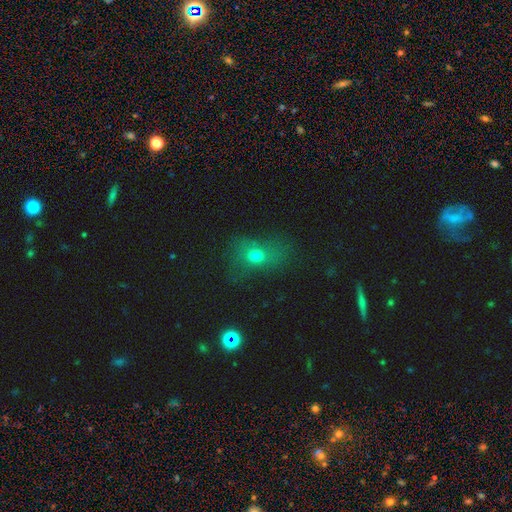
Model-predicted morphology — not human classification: A smooth galaxy with no disk features (59%) that is in between round and cigar-shaped (68%).

Vote fractions:
- Smooth or featured? smooth: 59% / featured or disk: 22% / star or artifact: 19%
- How rounded? in between: 68% / round: 27% / cigar-shaped: 5%
- Merging? none: 51% / minor disturbance: 21% / major disturbance: 21% / merger: 7%